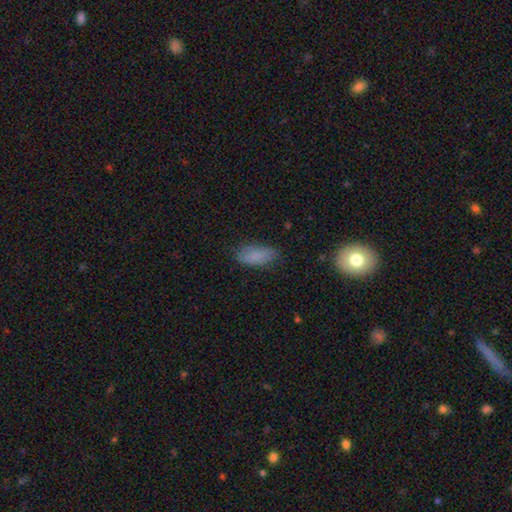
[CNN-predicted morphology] Smooth or featured? smooth (82%)
How rounded? in between (83%)
Merging? none (75%)